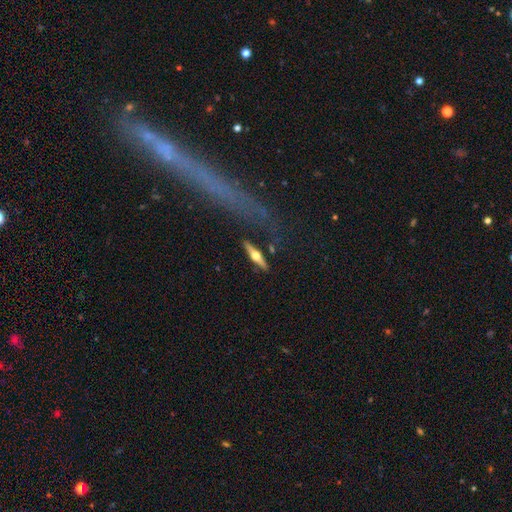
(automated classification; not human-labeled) Morphology: type=featured or disk (68%); edge-on=yes (95%); edge-on bulge=rounded (96%); merging=none (82%).